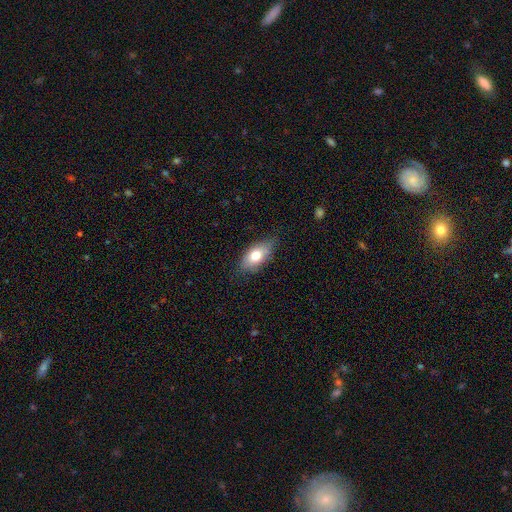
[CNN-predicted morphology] This is likely a smooth galaxy (73%). How rounded: clearly in between (87%). Merging: likely none (76%).